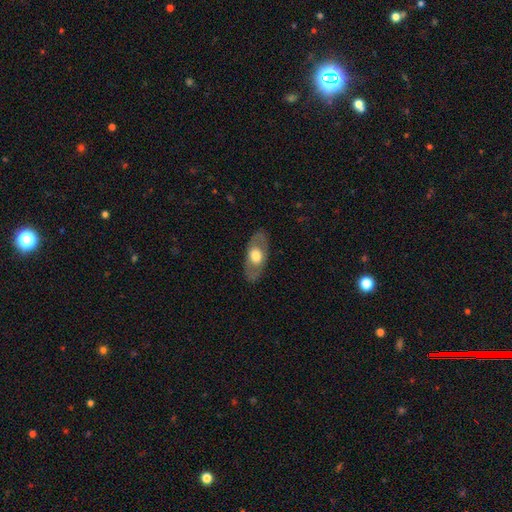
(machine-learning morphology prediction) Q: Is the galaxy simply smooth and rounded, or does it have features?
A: smooth — 50%.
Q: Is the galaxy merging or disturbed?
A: none — 84%.